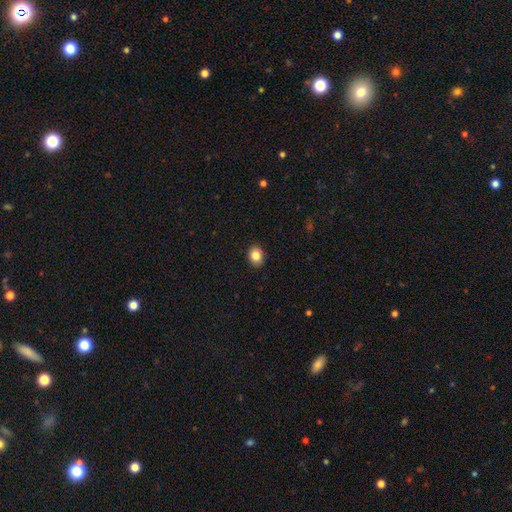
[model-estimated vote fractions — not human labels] smooth_or_featured: smooth (p=0.85) [alt: star or artifact p=0.09]
how_rounded: round (p=0.51) [alt: in between p=0.48]
merging: none (p=0.90) [alt: minor disturbance p=0.07]